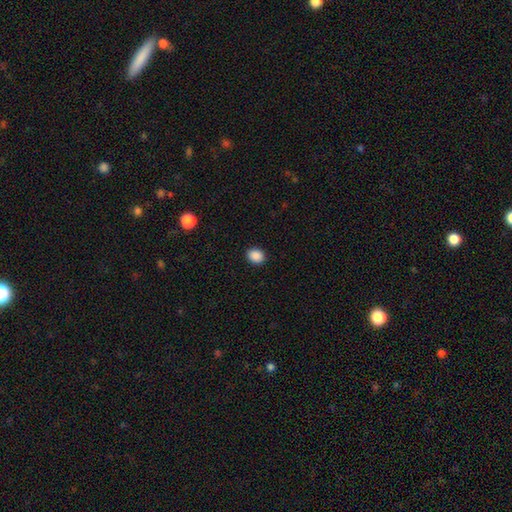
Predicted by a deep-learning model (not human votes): Smooth or featured? Predicted: smooth (p=0.89). How rounded? Predicted: round (p=0.57). Merging? Predicted: none (p=0.91).